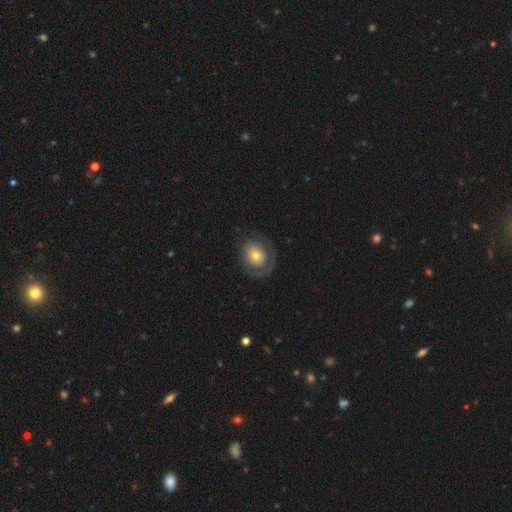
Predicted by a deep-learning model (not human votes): smooth 51%, featured or disk 42%, star or artifact 7%. Down the decision tree: how rounded — round (52%); merging — none (66%).